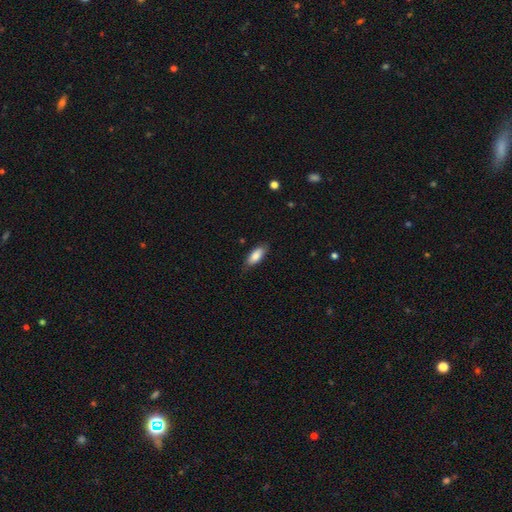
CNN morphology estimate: Smooth or featured? Predicted: smooth (p=0.83). How rounded? Predicted: in between (p=0.80). Merging? Predicted: none (p=0.79).